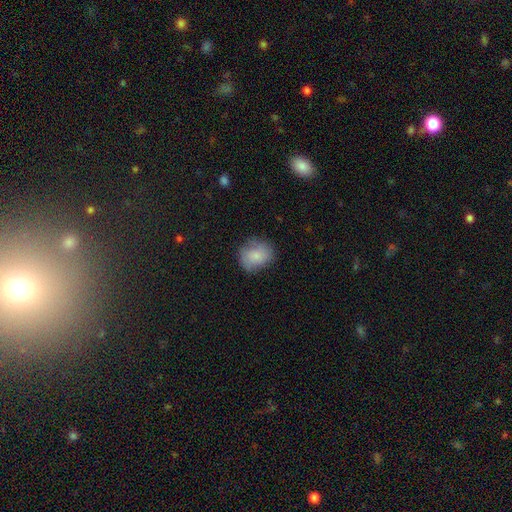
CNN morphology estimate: A smooth galaxy with no disk features (78%) that is round (67%). Merging: none (67%).